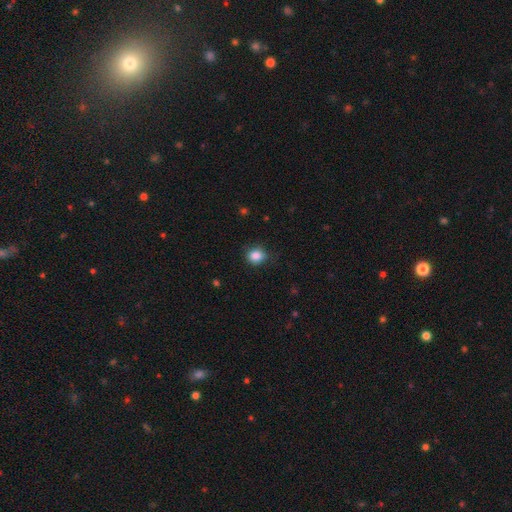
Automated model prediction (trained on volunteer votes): Morphology: type=smooth (85%); roundness=round (80%); merging=none (77%).